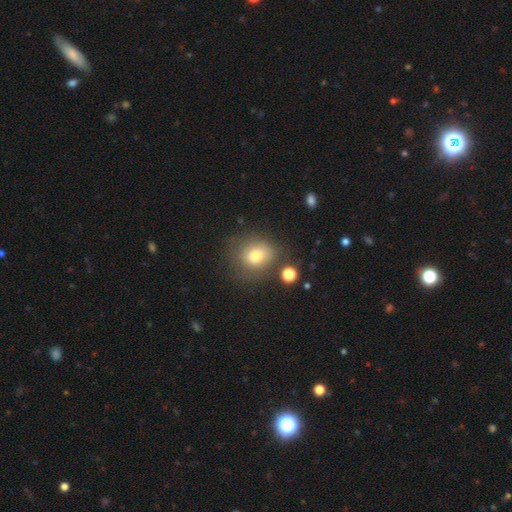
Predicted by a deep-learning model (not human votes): smooth-or-featured: smooth: 75% | featured or disk: 13% | star or artifact: 12%
  how-rounded: round: 67% | in between: 32% | cigar-shaped: 1%
  merging: none: 71% | minor disturbance: 17% | major disturbance: 7% | merger: 6%